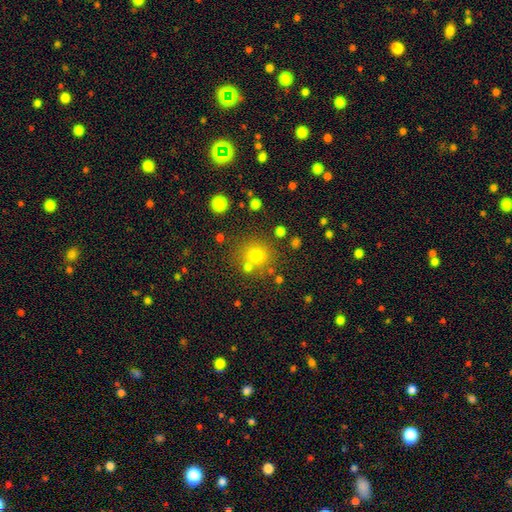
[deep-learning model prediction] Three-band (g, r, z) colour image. It shows a smooth galaxy with no disk features (75%) that is round (91%). Merging: none (75%).